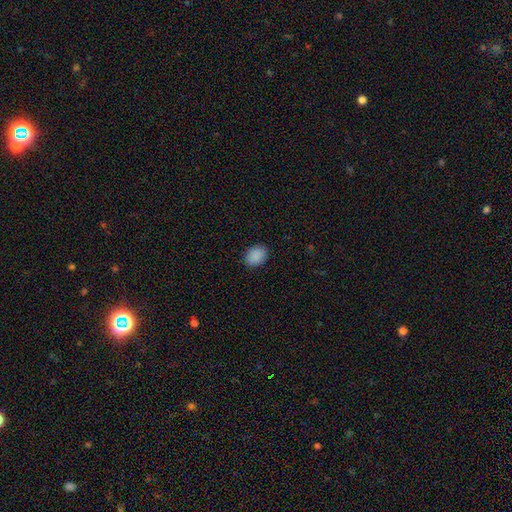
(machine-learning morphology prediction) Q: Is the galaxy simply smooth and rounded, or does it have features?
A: smooth — 89%.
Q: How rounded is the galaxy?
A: in between — 64%.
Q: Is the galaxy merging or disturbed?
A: none — 88%.